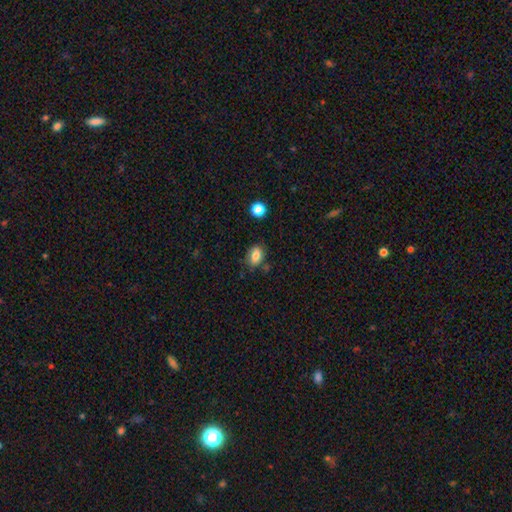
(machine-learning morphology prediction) Smooth or featured? Predicted: smooth (p=0.81). How rounded? Predicted: in between (p=0.78). Merging? Predicted: none (p=0.76).